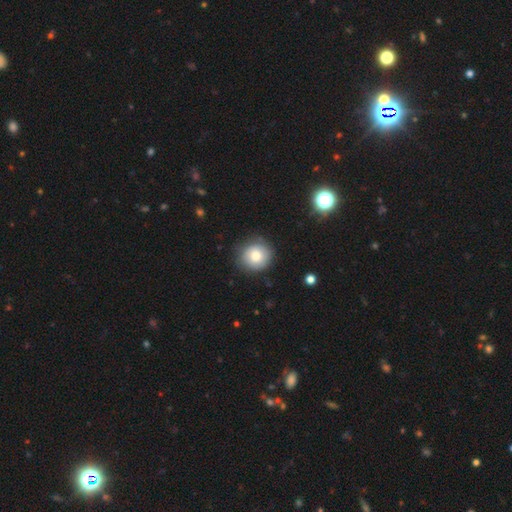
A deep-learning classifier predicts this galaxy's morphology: type=smooth (77%); roundness=round (89%); merging=none (82%).